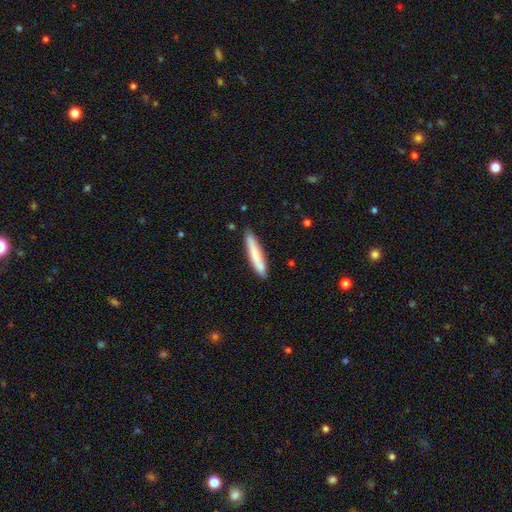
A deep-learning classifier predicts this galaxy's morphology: type=smooth (75%); roundness=cigar-shaped (92%); merging=none (84%).